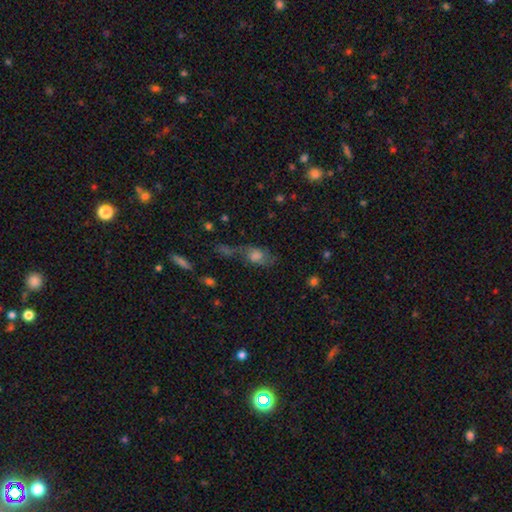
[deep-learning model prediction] Morphology: type=smooth (40%); merging=none (44%).